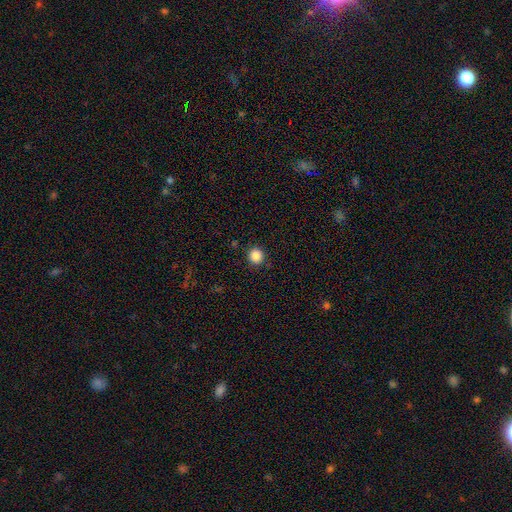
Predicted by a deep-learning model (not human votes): smooth 87%, star or artifact 11%, featured or disk 3%. Down the decision tree: how rounded — round (94%); merging — none (91%).